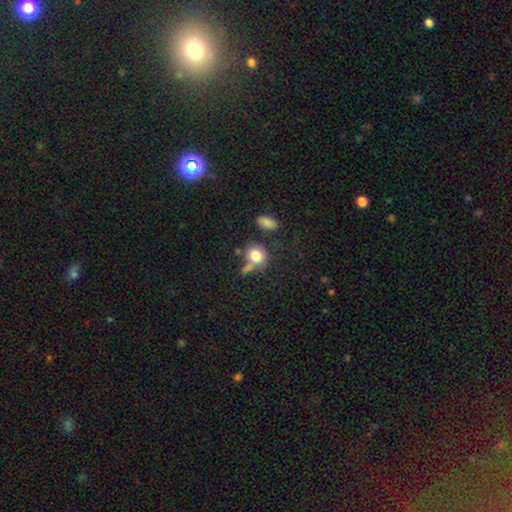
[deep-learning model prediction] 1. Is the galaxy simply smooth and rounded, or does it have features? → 79% smooth, 10% featured or disk, 10% star or artifact.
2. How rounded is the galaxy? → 68% round, 30% in between, 2% cigar-shaped.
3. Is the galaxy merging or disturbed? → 48% none, 25% merger, 17% minor disturbance, 11% major disturbance.